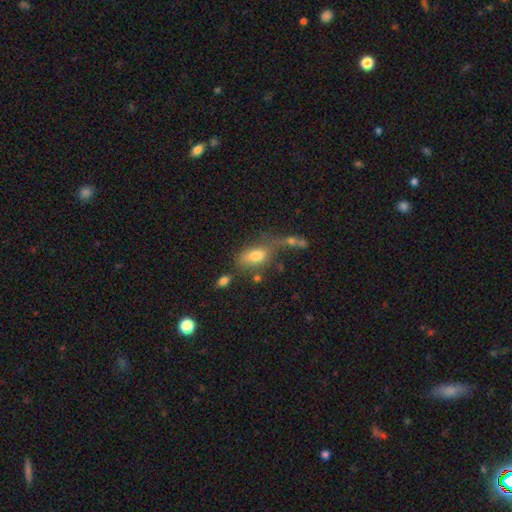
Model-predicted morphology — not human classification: smooth-or-featured: smooth: 73% | featured or disk: 16% | star or artifact: 10%
  how-rounded: in between: 86% | cigar-shaped: 9% | round: 5%
  merging: none: 38% | merger: 28% | minor disturbance: 18% | major disturbance: 16%